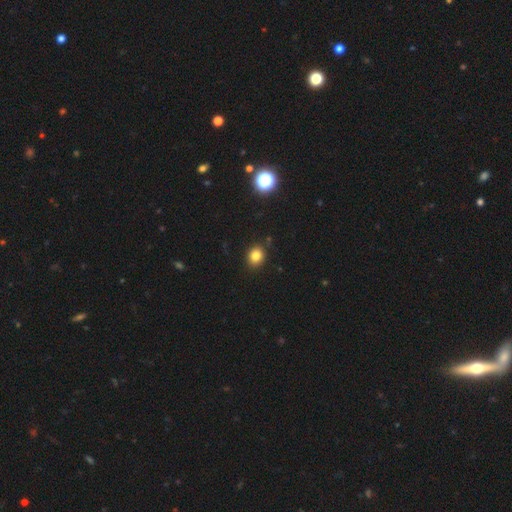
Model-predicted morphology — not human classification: This appears to be a smooth galaxy with no disk features (82%) that is round (61%). Merging: none (87%).